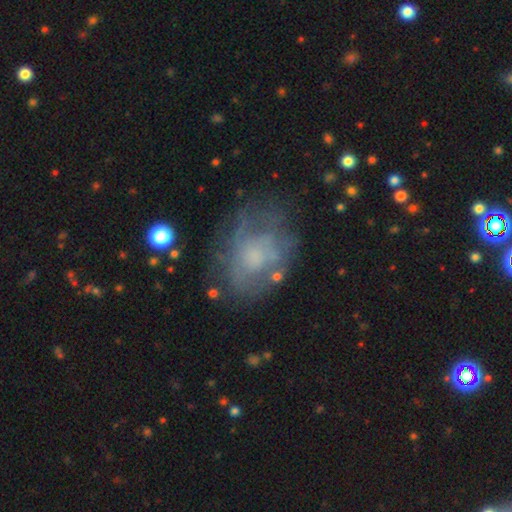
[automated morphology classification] A featured or disk galaxy (52%). Merging: none (55%).